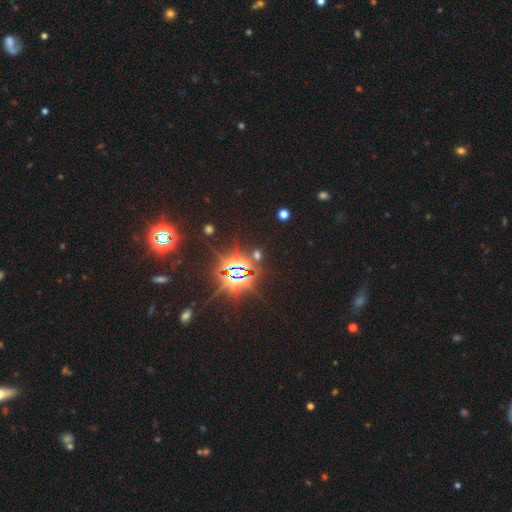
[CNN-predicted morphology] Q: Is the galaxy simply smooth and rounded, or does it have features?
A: star or artifact — 83%.